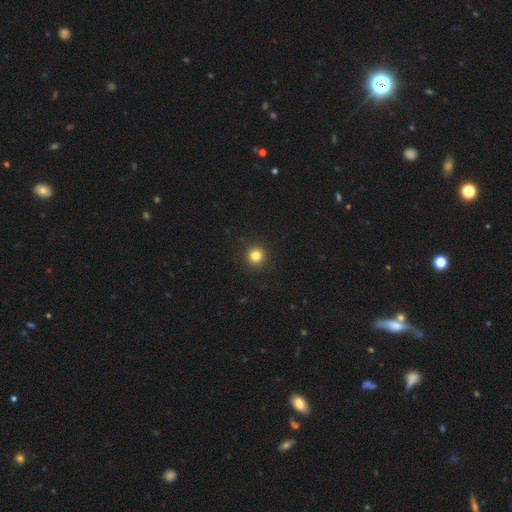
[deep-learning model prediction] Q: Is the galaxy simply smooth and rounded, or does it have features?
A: smooth — 83%.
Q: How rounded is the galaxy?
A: round — 95%.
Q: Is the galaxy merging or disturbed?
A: none — 93%.